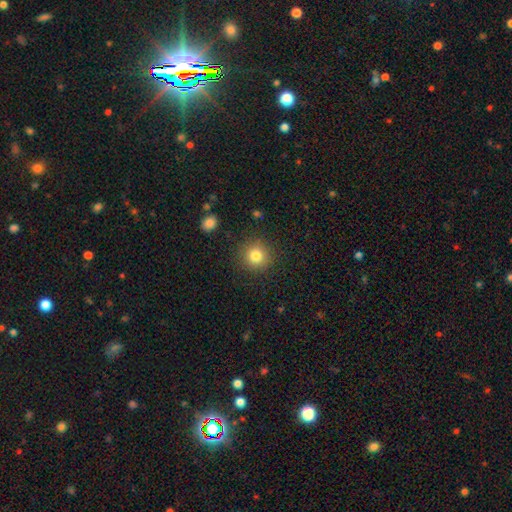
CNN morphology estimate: smooth_or_featured: smooth (p=0.81) [alt: star or artifact p=0.12]
how_rounded: round (p=0.93) [alt: in between p=0.06]
merging: none (p=0.89) [alt: minor disturbance p=0.07]